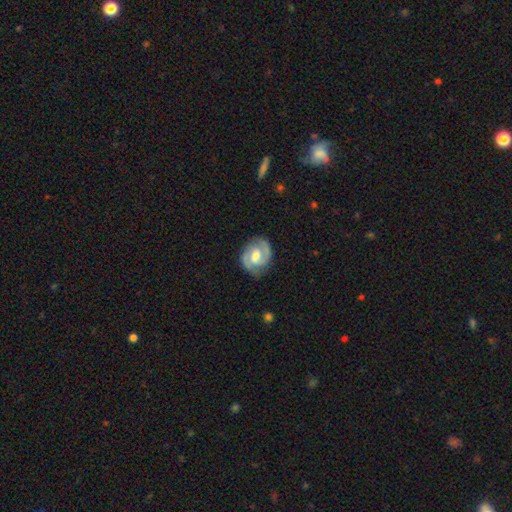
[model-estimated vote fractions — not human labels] Smooth or featured?
  - featured or disk: 83% *
  - smooth: 12%
  - star or artifact: 5%
Edge-on disk?
  - no: 98% *
  - yes: 2%
Bar?
  - weak: 53% *
  - no: 30%
  - strong: 17%
Spiral arms?
  - yes: 95% *
  - no: 5%
Spiral winding?
  - medium: 47% *
  - tight: 43%
  - loose: 10%
Spiral arm count?
  - 2: 89% *
  - can't tell: 5%
  - 1: 2%
  - 3: 2%
  - 4: 1%
  - more than 4: 1%
Bulge size?
  - moderate: 67% *
  - small: 17%
  - large: 13%
  - none: 3%
  - dominant: 1%
Merging?
  - none: 78% *
  - minor disturbance: 16%
  - major disturbance: 5%
  - merger: 1%